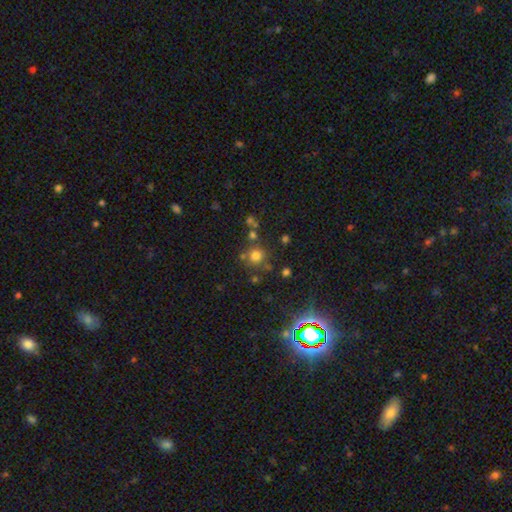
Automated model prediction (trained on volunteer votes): Smooth or featured?
  - smooth: 71% *
  - star or artifact: 20%
  - featured or disk: 8%
How rounded?
  - round: 91% *
  - in between: 8%
  - cigar-shaped: 1%
Merging?
  - none: 72% *
  - merger: 13%
  - minor disturbance: 10%
  - major disturbance: 5%